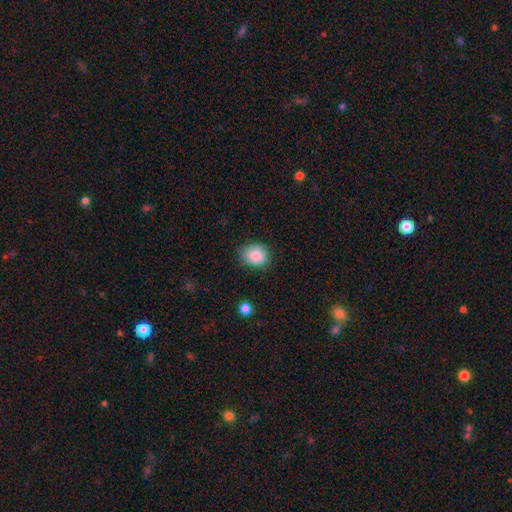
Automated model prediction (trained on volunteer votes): This appears to be a smooth galaxy with no disk features (86%) that is round (64%). Merging: none (80%).